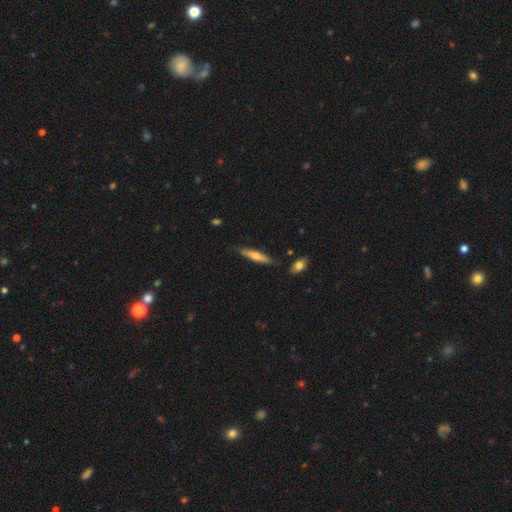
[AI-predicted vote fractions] Q: Smooth or featured?
A: smooth (54%); runner-up: featured or disk (40%)
Q: How rounded?
A: cigar-shaped (85%); runner-up: in between (14%)
Q: Merging?
A: none (81%); runner-up: minor disturbance (14%)